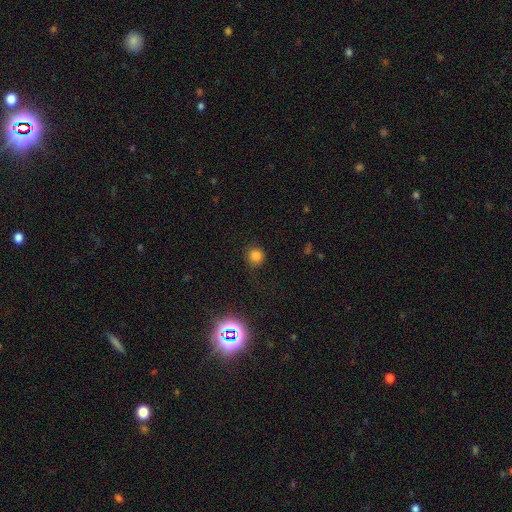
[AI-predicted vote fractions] Q: Smooth or featured?
A: smooth (79%); runner-up: star or artifact (16%)
Q: How rounded?
A: round (92%); runner-up: in between (7%)
Q: Merging?
A: none (81%); runner-up: minor disturbance (13%)